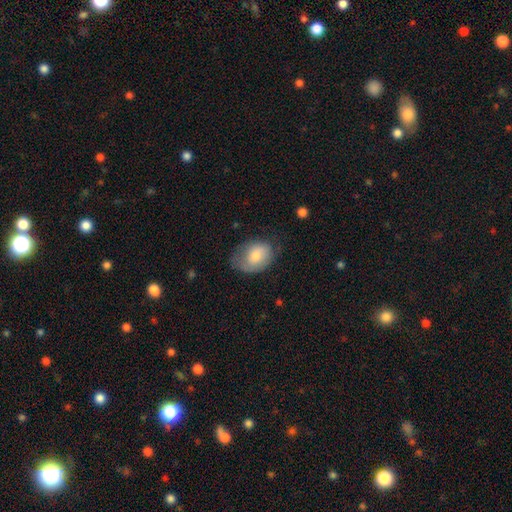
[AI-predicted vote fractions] A smooth galaxy with no disk features (73%) that is in between round and cigar-shaped (72%).

Vote fractions:
- Smooth or featured? smooth: 73% / featured or disk: 21% / star or artifact: 7%
- How rounded? in between: 72% / round: 27% / cigar-shaped: 1%
- Merging? none: 51% / minor disturbance: 33% / major disturbance: 14% / merger: 2%